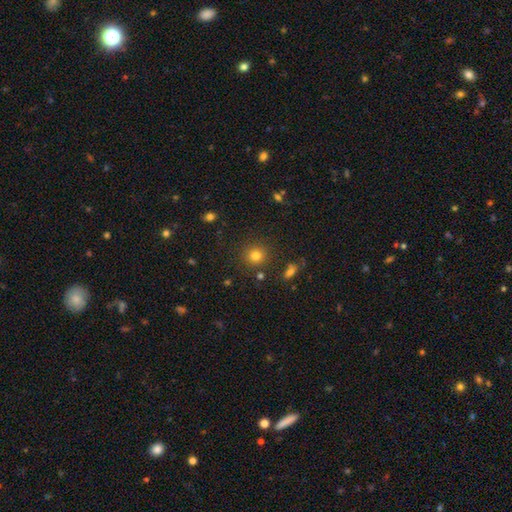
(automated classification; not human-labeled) Smooth or featured? Predicted: smooth (p=0.79). How rounded? Predicted: round (p=0.90). Merging? Predicted: none (p=0.85).